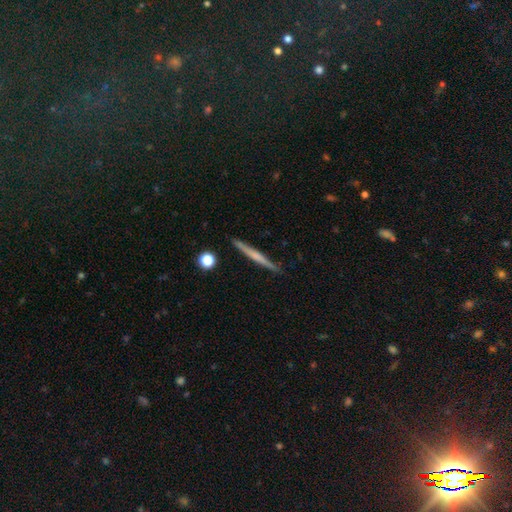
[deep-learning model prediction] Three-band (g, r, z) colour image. It shows a featured or disk galaxy (54%) viewed edge-on (97%) with no central bulge (59%). Merging: none (90%).